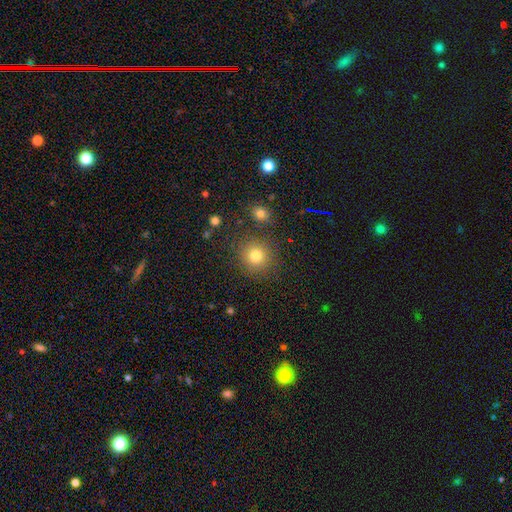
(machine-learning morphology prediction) smooth_or_featured: smooth (p=0.80) [alt: star or artifact p=0.13]
how_rounded: round (p=0.90) [alt: in between p=0.09]
merging: none (p=0.84) [alt: minor disturbance p=0.08]